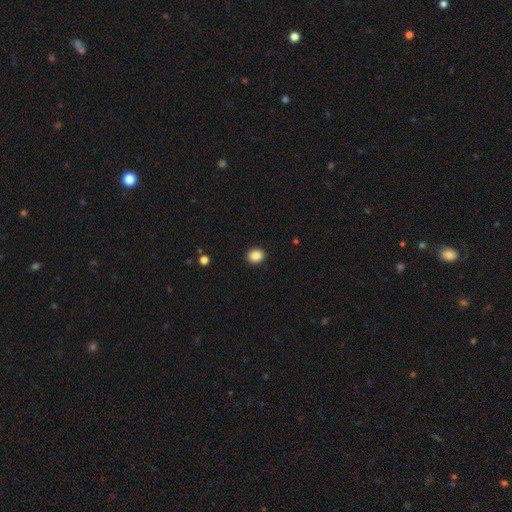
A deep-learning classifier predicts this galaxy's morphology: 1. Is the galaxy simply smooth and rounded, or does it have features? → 86% smooth, 9% star or artifact, 4% featured or disk.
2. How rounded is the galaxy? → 63% round, 36% in between, 1% cigar-shaped.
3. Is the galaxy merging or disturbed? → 92% none, 6% minor disturbance, 2% major disturbance, 1% merger.